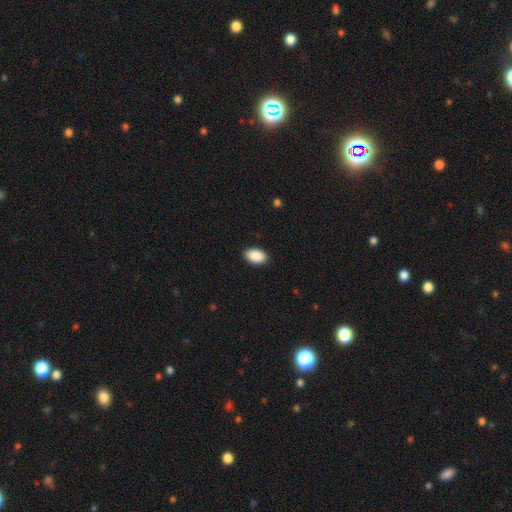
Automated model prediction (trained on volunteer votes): Smooth or featured? smooth (91%)
How rounded? in between (92%)
Merging? none (90%)